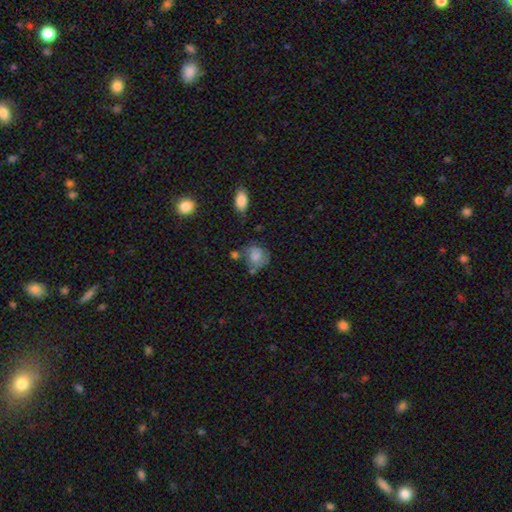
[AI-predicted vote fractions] A smooth galaxy with no disk features (63%) that is round (66%). Merging: none (45%).